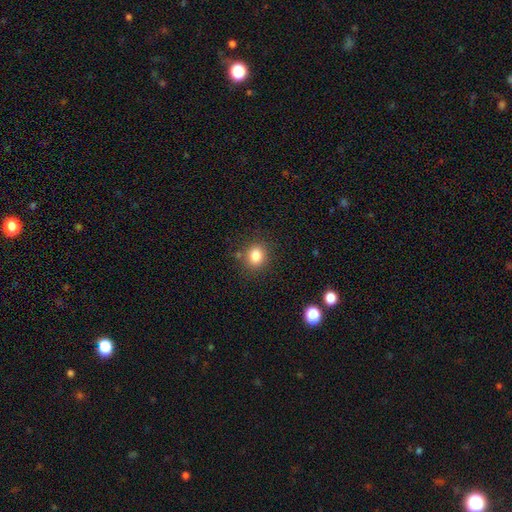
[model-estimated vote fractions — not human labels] smooth 83%, star or artifact 11%, featured or disk 6%. Down the decision tree: how rounded — round (70%); merging — none (82%).